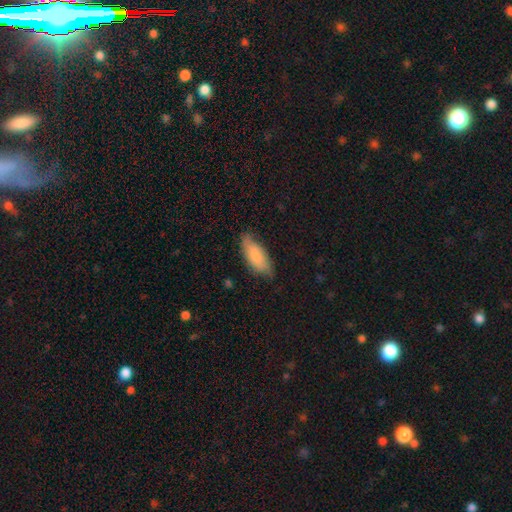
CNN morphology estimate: Smooth or featured?
  - smooth: 78% *
  - featured or disk: 16%
  - star or artifact: 6%
How rounded?
  - in between: 78% *
  - cigar-shaped: 20%
  - round: 2%
Merging?
  - none: 71% *
  - minor disturbance: 24%
  - major disturbance: 4%
  - merger: 1%